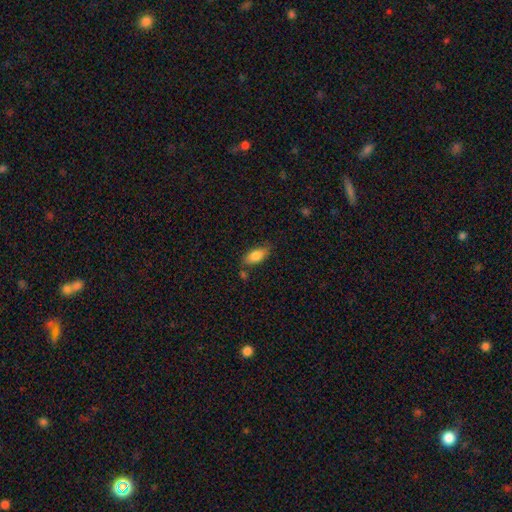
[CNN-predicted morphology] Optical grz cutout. It shows a smooth galaxy with no disk features (82%) that is in between round and cigar-shaped (88%). Merging: none (72%).